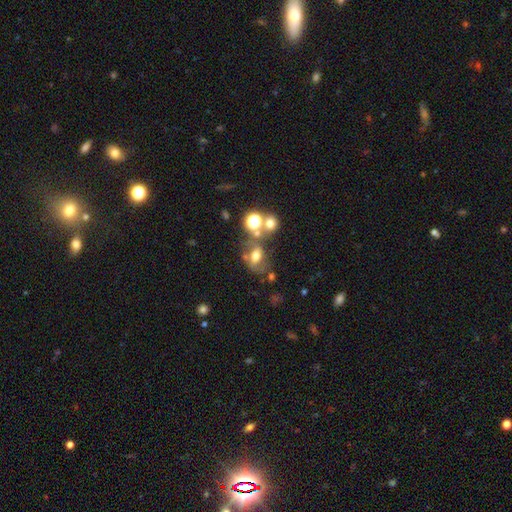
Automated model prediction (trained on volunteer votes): This is possibly a smooth galaxy (51%). How rounded: likely in between (64%). Merging: marginally none (43%).